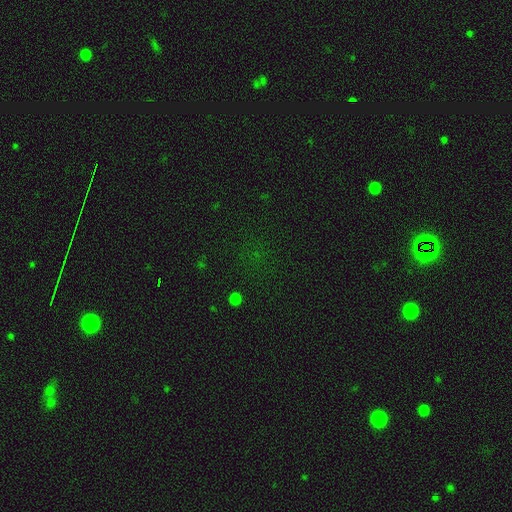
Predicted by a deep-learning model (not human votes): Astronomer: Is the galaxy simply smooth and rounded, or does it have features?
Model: star or artifact — 68%.